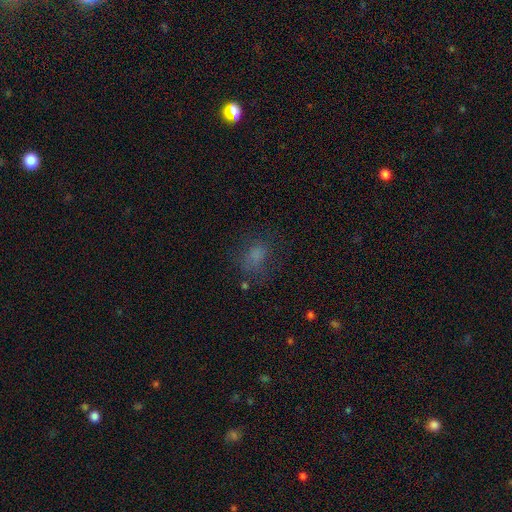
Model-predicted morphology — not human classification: Smooth or featured: smooth — 64% (star or artifact — 21%)
How rounded: in between — 57% (round — 41%)
Merging: none — 59% (minor disturbance — 20%)